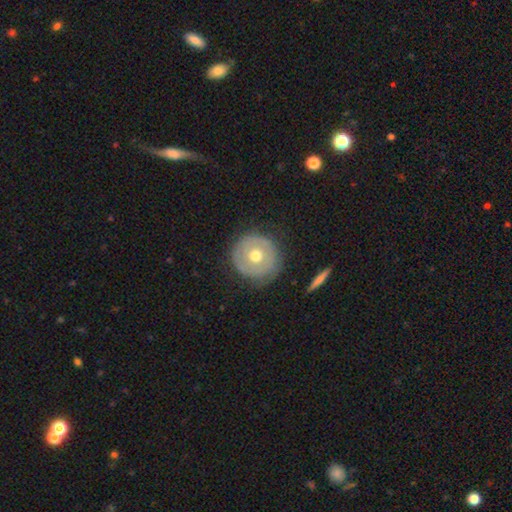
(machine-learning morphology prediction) Smooth or featured?
  - featured or disk: 48% *
  - smooth: 46%
  - star or artifact: 6%
Merging?
  - none: 79% *
  - minor disturbance: 14%
  - major disturbance: 5%
  - merger: 2%